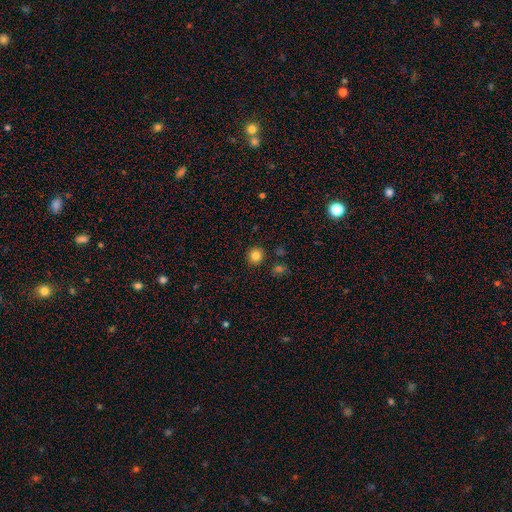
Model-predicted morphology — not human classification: This is clearly a smooth galaxy (83%). How rounded: clearly round (90%). Merging: clearly none (90%).